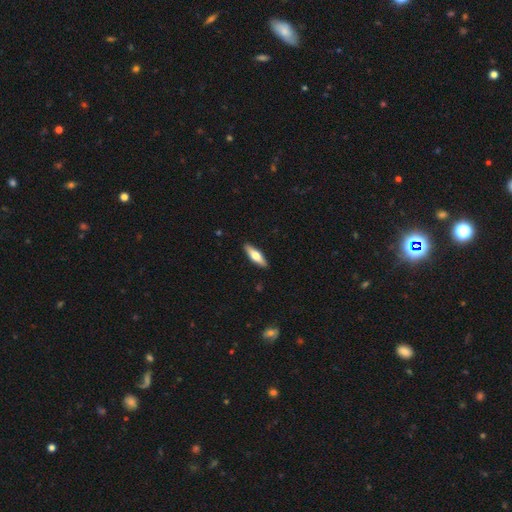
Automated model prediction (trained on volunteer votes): smooth-or-featured: smooth: 57% | featured or disk: 38% | star or artifact: 5%
  how-rounded: cigar-shaped: 56% | in between: 42% | round: 2%
  merging: none: 90% | minor disturbance: 7% | major disturbance: 2% | merger: 1%